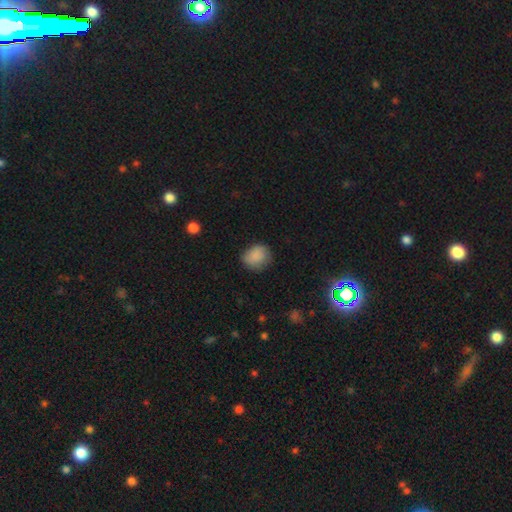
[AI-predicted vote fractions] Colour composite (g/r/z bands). It shows a smooth galaxy with no disk features (86%) that is round (67%). Merging: none (73%).